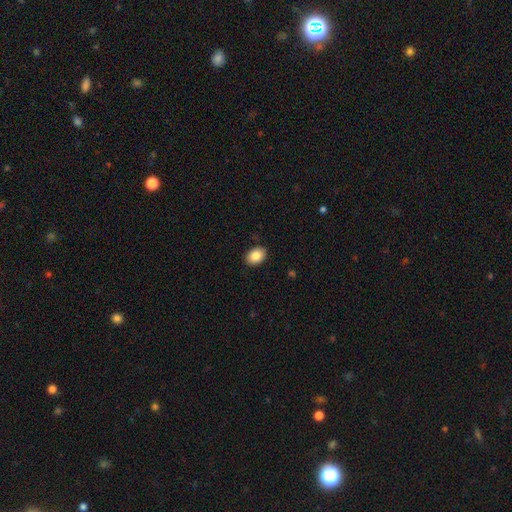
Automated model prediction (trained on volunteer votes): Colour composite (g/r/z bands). It shows a smooth galaxy with no disk features (86%) that is in between round and cigar-shaped (73%). Merging: none (90%).